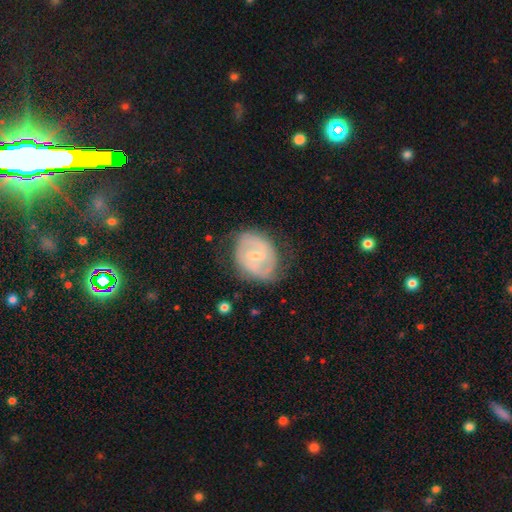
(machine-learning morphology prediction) A featured or disk galaxy (70%) with a weak bar (52%), spiral arms (73%) and a small central bulge (63%). Merging: none (66%).